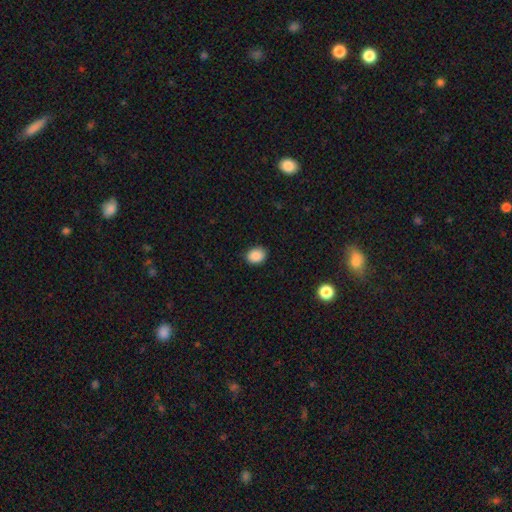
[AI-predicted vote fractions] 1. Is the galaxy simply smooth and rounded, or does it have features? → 89% smooth, 8% star or artifact, 3% featured or disk.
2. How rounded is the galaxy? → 51% round, 48% in between, 1% cigar-shaped.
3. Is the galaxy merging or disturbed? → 89% none, 8% minor disturbance, 2% major disturbance, 1% merger.